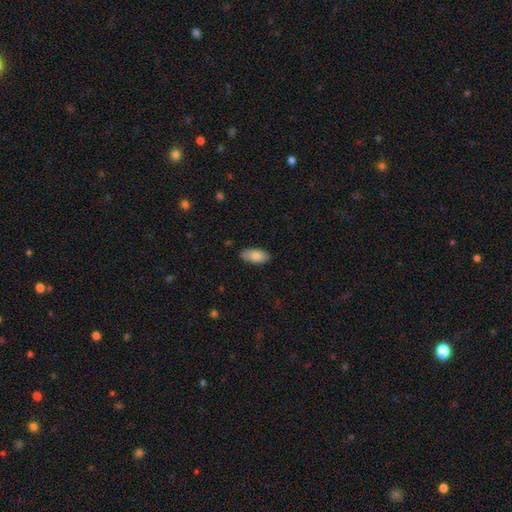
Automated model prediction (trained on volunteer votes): Q: Smooth or featured?
A: smooth (84%); runner-up: featured or disk (9%)
Q: How rounded?
A: in between (92%); runner-up: cigar-shaped (6%)
Q: Merging?
A: none (84%); runner-up: minor disturbance (12%)